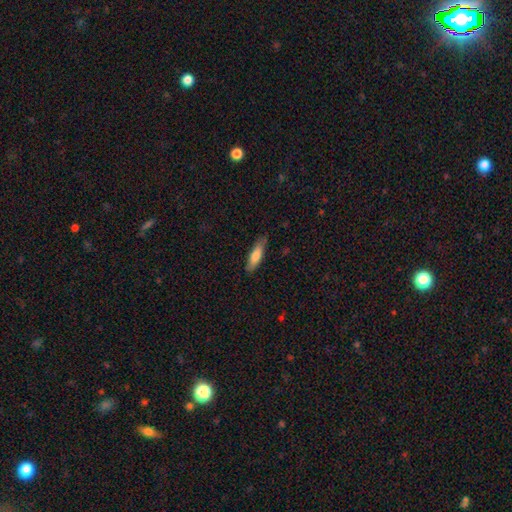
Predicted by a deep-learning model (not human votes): Q: Smooth or featured?
A: smooth (75%); runner-up: featured or disk (19%)
Q: How rounded?
A: cigar-shaped (64%); runner-up: in between (34%)
Q: Merging?
A: none (81%); runner-up: minor disturbance (15%)